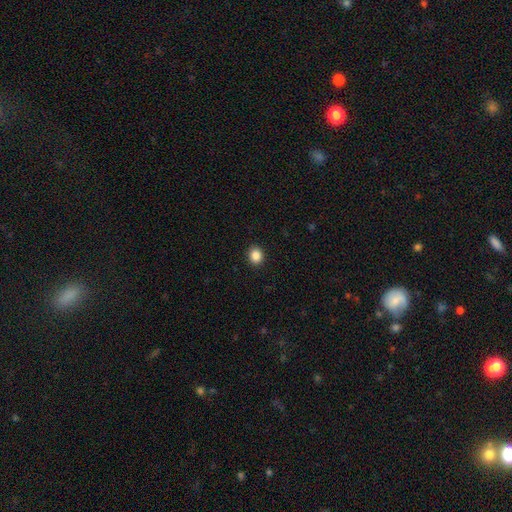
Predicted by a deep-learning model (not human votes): Smooth or featured: smooth — 87% (star or artifact — 10%)
How rounded: round — 68% (in between — 31%)
Merging: none — 92% (minor disturbance — 6%)